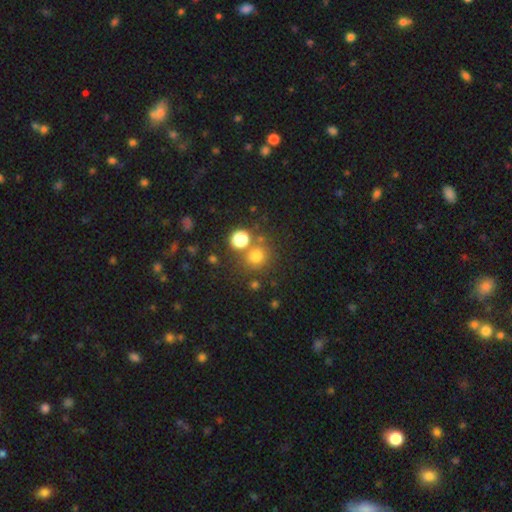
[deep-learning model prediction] smooth-or-featured: smooth: 74% | star or artifact: 19% | featured or disk: 7%
  how-rounded: round: 88% | in between: 11% | cigar-shaped: 1%
  merging: none: 69% | merger: 18% | minor disturbance: 9% | major disturbance: 4%